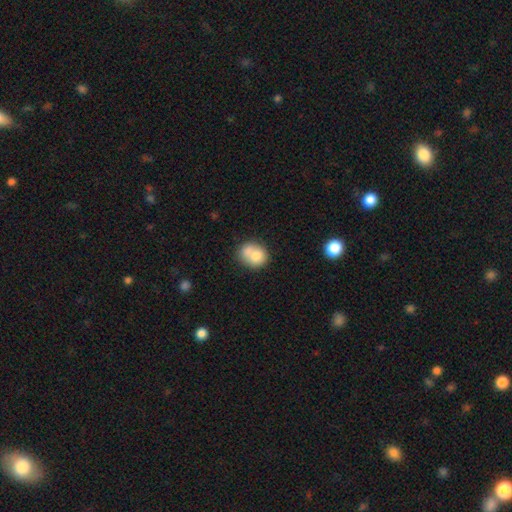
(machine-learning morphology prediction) Smooth or featured?
  - smooth: 73% *
  - featured or disk: 18%
  - star or artifact: 9%
How rounded?
  - round: 63% *
  - in between: 36%
  - cigar-shaped: 1%
Merging?
  - merger: 44% *
  - none: 36%
  - minor disturbance: 14%
  - major disturbance: 5%